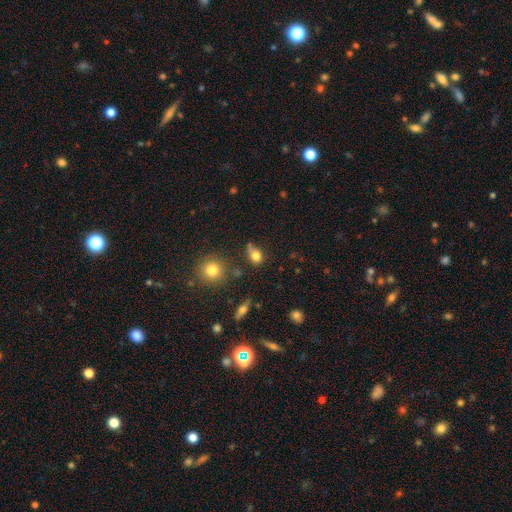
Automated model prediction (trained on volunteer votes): Q: Smooth or featured?
A: smooth (78%); runner-up: star or artifact (12%)
Q: How rounded?
A: in between (52%); runner-up: round (45%)
Q: Merging?
A: none (47%); runner-up: minor disturbance (26%)